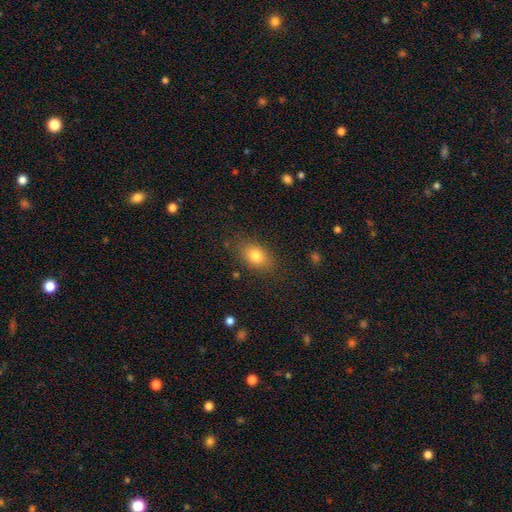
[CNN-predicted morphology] Smooth or featured: smooth — 80% (featured or disk — 11%)
How rounded: in between — 80% (round — 17%)
Merging: none — 82% (minor disturbance — 13%)